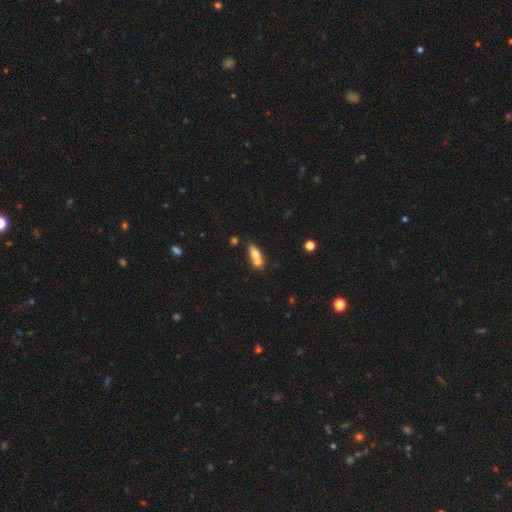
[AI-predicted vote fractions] The model was most divided on "merging": merger: 49%, none: 33%, minor disturbance: 13%, major disturbance: 5%. More confident: how rounded — in between (73%); smooth or featured — smooth (70%).